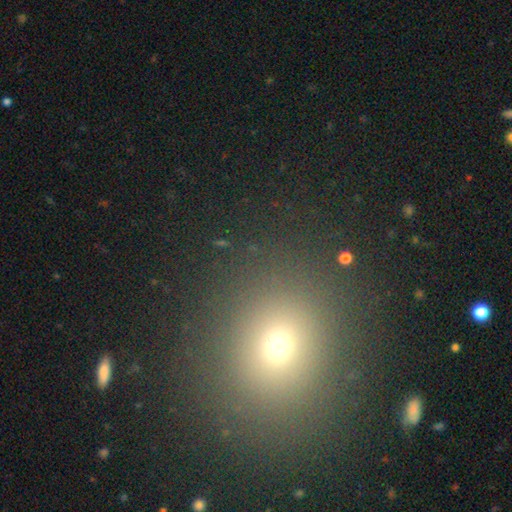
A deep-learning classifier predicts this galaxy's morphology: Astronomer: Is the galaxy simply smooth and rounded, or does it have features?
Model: smooth — 59%.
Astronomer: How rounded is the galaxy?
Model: round — 83%.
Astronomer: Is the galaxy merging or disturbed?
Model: none — 87%.